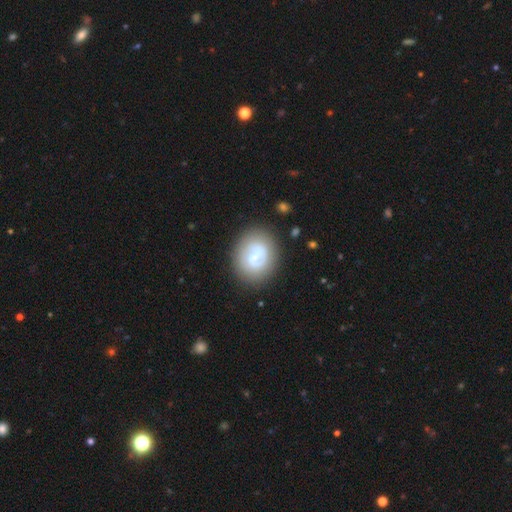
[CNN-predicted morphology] type=featured or disk (51%); edge-on=no (97%); merging=none (75%).